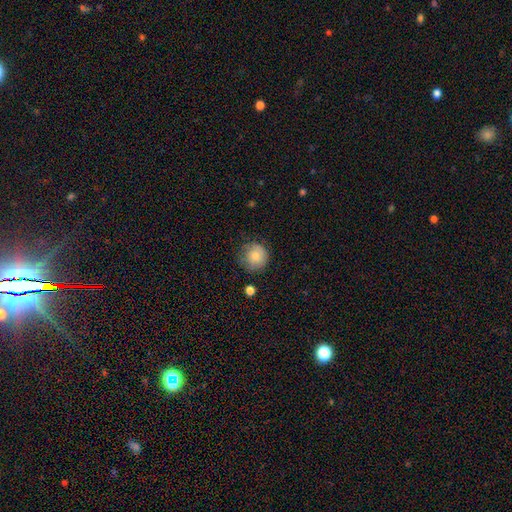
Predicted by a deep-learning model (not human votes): smooth_or_featured: smooth (p=0.81) [alt: featured or disk p=0.10]
how_rounded: round (p=0.92) [alt: in between p=0.07]
merging: none (p=0.72) [alt: minor disturbance p=0.21]